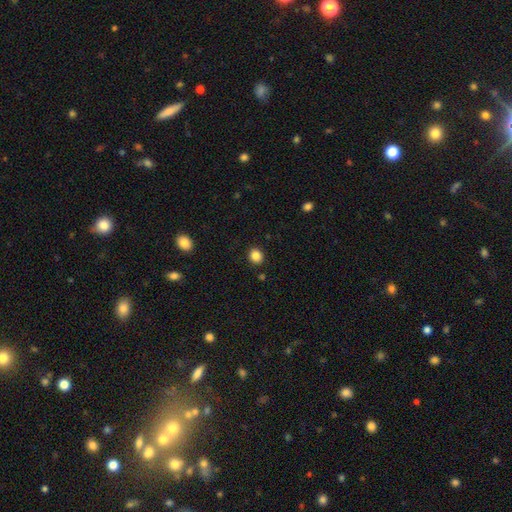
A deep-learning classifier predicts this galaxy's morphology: Smooth or featured? smooth (85%)
How rounded? round (72%)
Merging? none (90%)